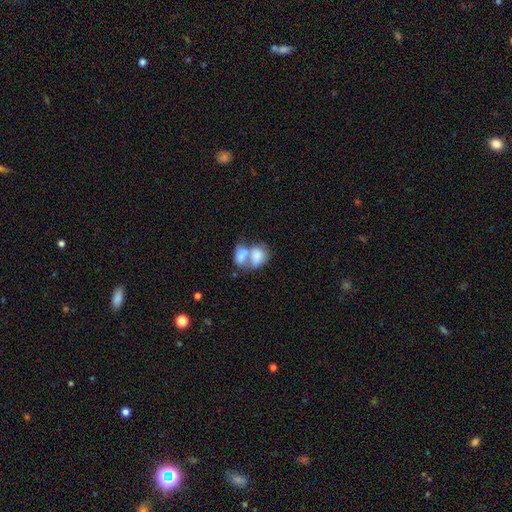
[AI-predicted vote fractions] smooth_or_featured: smooth (p=0.72) [alt: featured or disk p=0.21]
how_rounded: in between (p=0.79) [alt: round p=0.20]
merging: merger (p=0.75) [alt: none p=0.13]